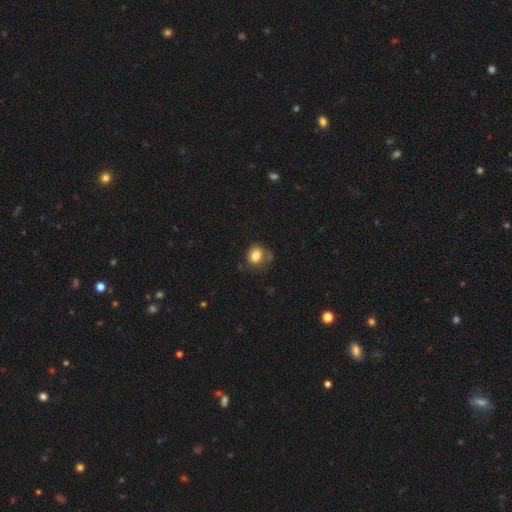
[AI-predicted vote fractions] A smooth galaxy with no disk features (81%) that is round (67%). Merging: none (59%).